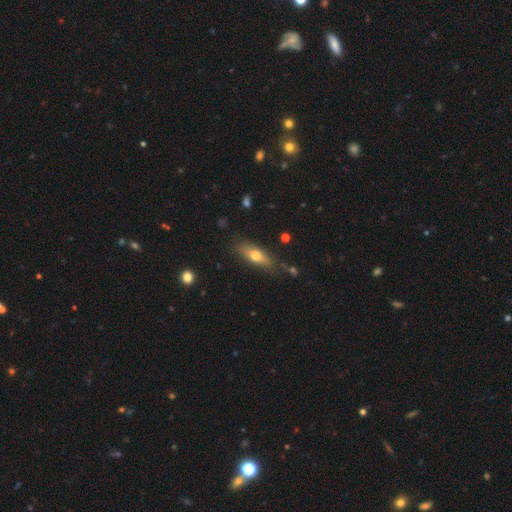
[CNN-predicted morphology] type=smooth (64%); roundness=in between (57%); merging=none (75%).